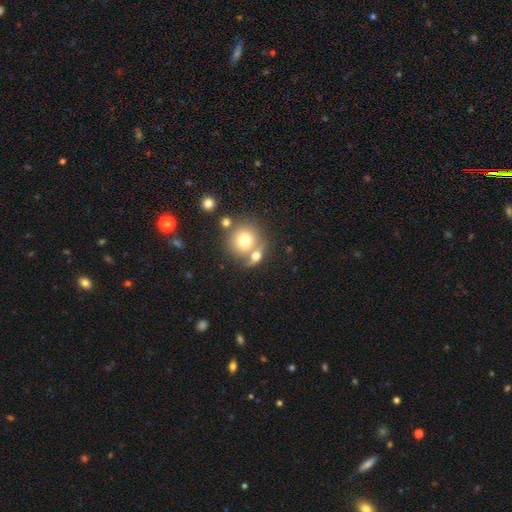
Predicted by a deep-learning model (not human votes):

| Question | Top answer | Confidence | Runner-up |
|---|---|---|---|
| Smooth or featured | smooth | 68% | featured or disk (22%) |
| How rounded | round | 71% | in between (26%) |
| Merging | merger | 44% | none (42%) |